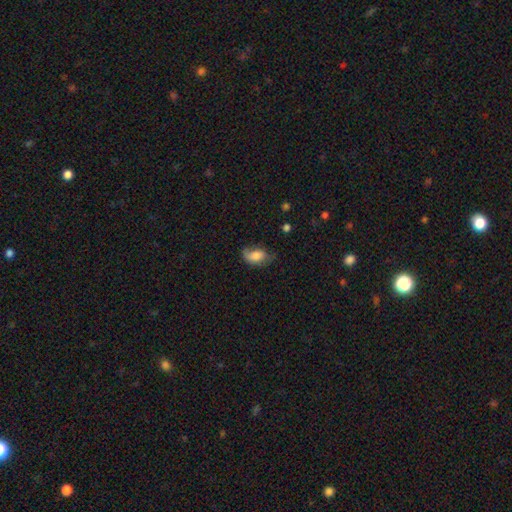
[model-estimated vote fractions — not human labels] smooth_or_featured: smooth (p=0.65) [alt: featured or disk p=0.27]
how_rounded: in between (p=0.89) [alt: round p=0.09]
merging: none (p=0.42) [alt: minor disturbance p=0.34]